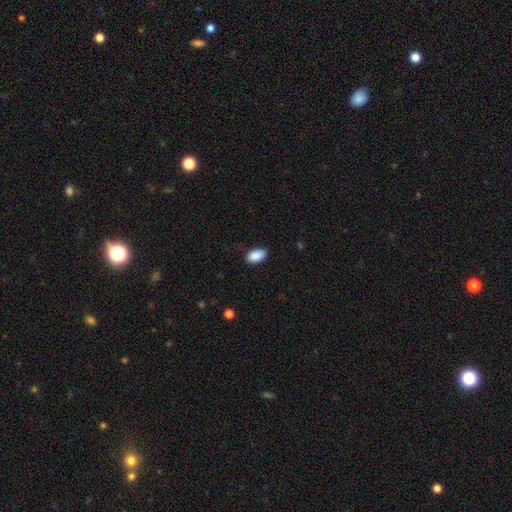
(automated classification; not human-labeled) smooth 90%, star or artifact 7%, featured or disk 3%. Down the decision tree: how rounded — in between (94%); merging — none (84%).